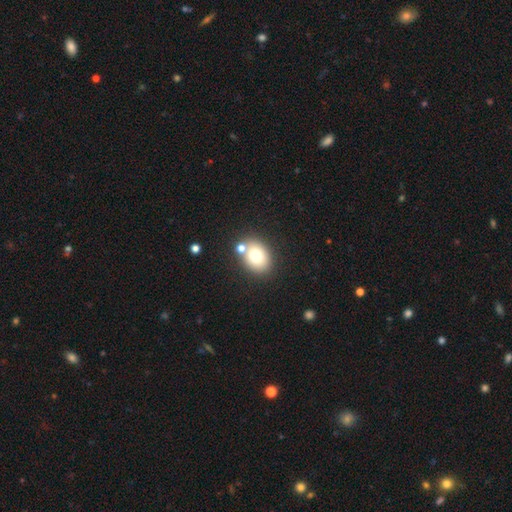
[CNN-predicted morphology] Smooth or featured? Predicted: smooth (p=0.74). How rounded? Predicted: in between (p=0.61). Merging? Predicted: none (p=0.69).